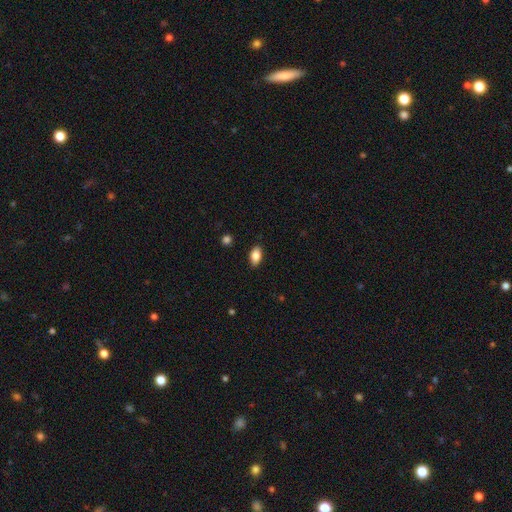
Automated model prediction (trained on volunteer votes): Smooth or featured?
  - smooth: 86% *
  - star or artifact: 8%
  - featured or disk: 6%
How rounded?
  - in between: 91% *
  - round: 6%
  - cigar-shaped: 3%
Merging?
  - none: 89% *
  - minor disturbance: 8%
  - major disturbance: 2%
  - merger: 1%